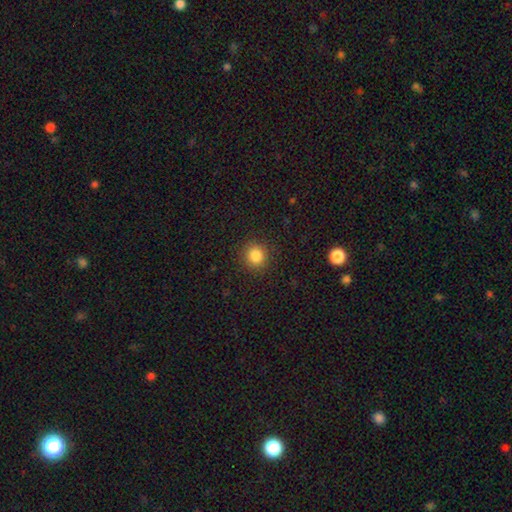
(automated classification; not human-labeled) This appears to be a smooth galaxy with no disk features (85%) that is round (90%). Merging: none (90%).